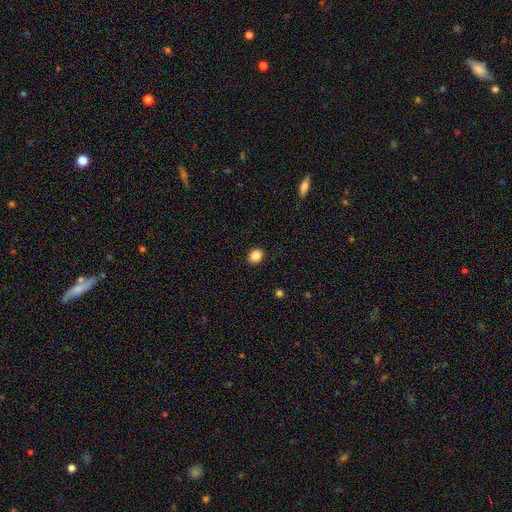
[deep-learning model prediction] A smooth galaxy with no disk features (87%) that is in between round and cigar-shaped (51%).

Vote fractions:
- Smooth or featured? smooth: 87% / star or artifact: 9% / featured or disk: 4%
- How rounded? in between: 51% / round: 48% / cigar-shaped: 1%
- Merging? none: 90% / minor disturbance: 7% / major disturbance: 2% / merger: 1%